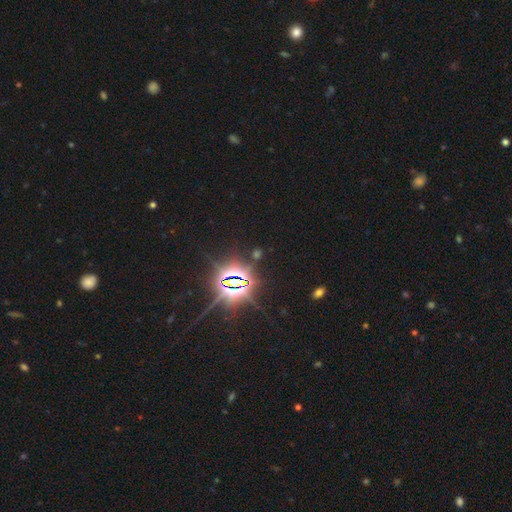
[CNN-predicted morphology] Smooth or featured? Predicted: star or artifact (p=0.84).